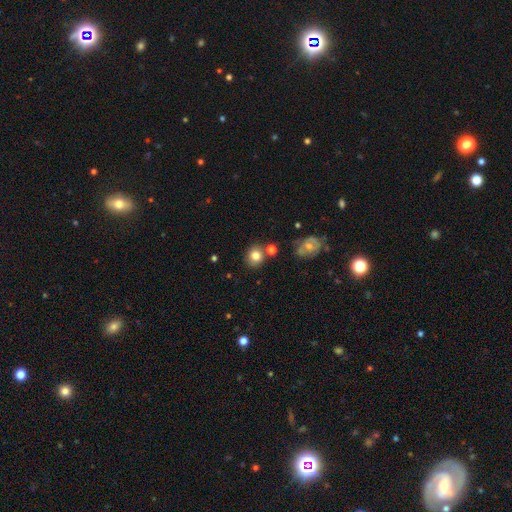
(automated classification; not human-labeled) This is likely a smooth galaxy (77%). How rounded: clearly round (82%). Merging: likely none (74%).